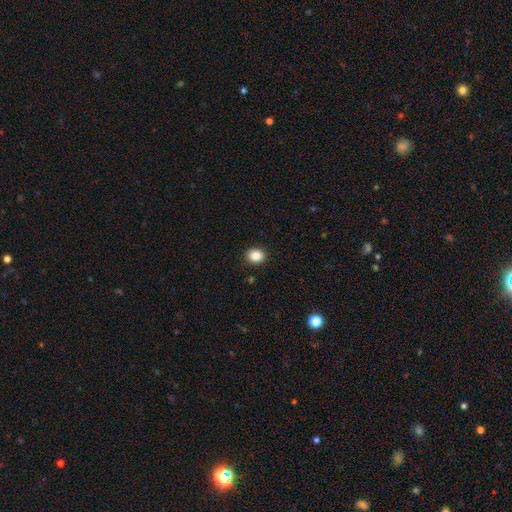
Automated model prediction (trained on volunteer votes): Smooth or featured? smooth (86%)
How rounded? round (64%)
Merging? none (91%)